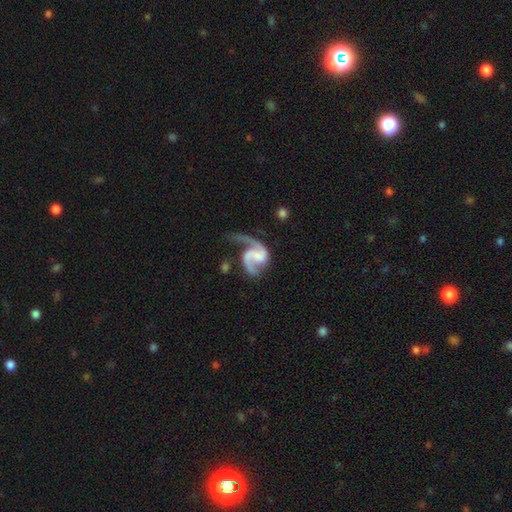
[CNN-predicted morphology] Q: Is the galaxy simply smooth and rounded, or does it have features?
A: featured or disk — 88%.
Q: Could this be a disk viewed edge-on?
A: no — 98%.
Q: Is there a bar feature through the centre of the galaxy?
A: weak — 43%.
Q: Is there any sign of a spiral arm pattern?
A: yes — 97%.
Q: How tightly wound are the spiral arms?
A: medium — 46%.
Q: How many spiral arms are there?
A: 2 — 79%.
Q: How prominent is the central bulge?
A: none — 48%.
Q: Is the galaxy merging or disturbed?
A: none — 45%.